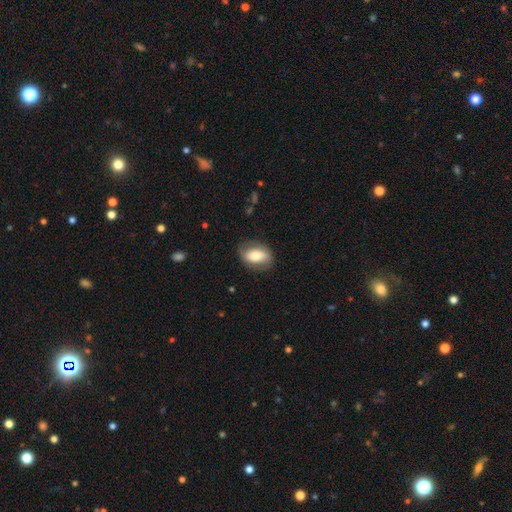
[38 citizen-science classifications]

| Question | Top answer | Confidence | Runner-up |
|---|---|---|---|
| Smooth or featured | smooth | 74% | featured or disk (24%) |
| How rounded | in between | 75% | round (25%) |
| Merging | none | 78% | minor disturbance (19%) |